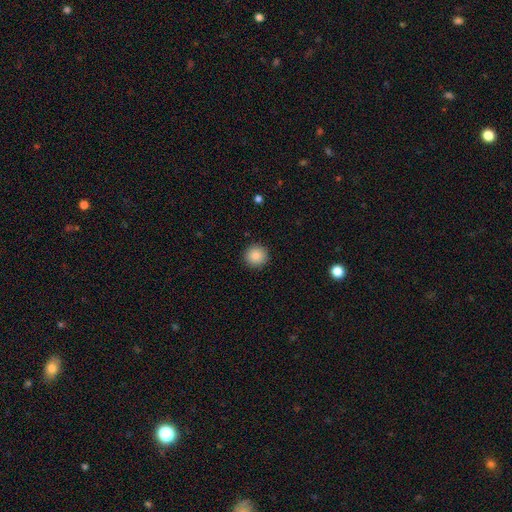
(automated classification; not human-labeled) smooth 87%, star or artifact 9%, featured or disk 4%. Down the decision tree: how rounded — round (94%); merging — none (91%).